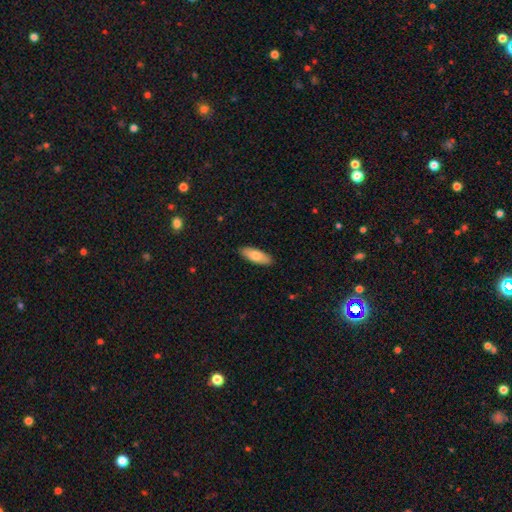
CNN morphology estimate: smooth-or-featured: smooth: 78% | featured or disk: 16% | star or artifact: 6%
  how-rounded: in between: 71% | cigar-shaped: 27% | round: 2%
  merging: none: 89% | minor disturbance: 8% | major disturbance: 2% | merger: 1%